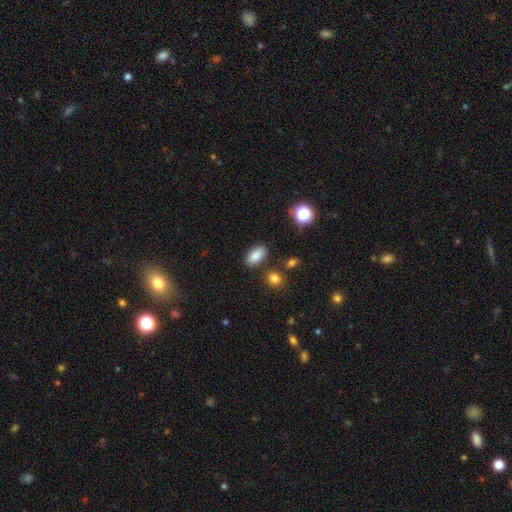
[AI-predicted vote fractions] Smooth or featured? Predicted: smooth (p=0.84). How rounded? Predicted: in between (p=0.90). Merging? Predicted: none (p=0.83).